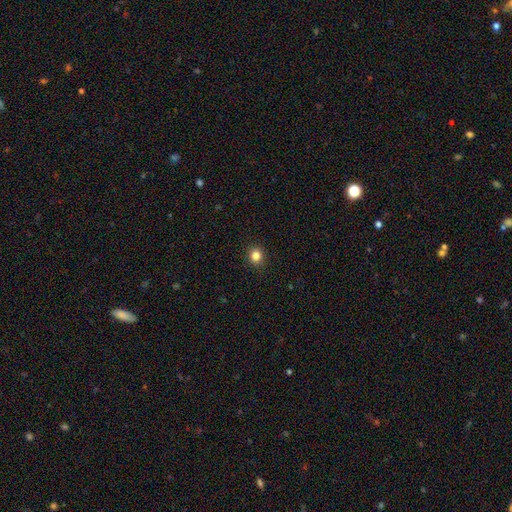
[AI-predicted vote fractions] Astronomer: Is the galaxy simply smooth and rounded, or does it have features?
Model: smooth — 83%.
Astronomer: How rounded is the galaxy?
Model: round — 84%.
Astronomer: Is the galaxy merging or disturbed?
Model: none — 92%.